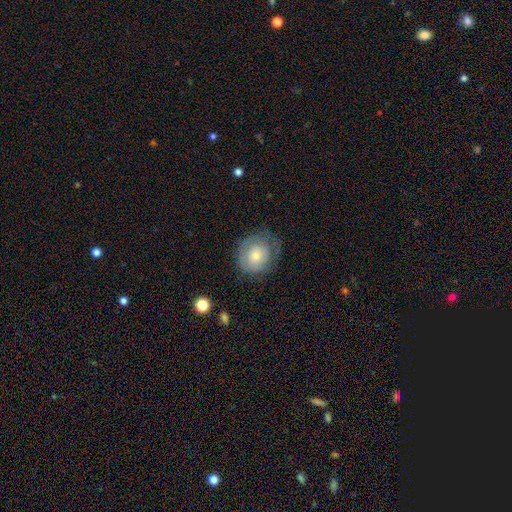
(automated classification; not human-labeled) This is likely a smooth galaxy (64%). How rounded: likely round (79%). Merging: possibly none (60%).